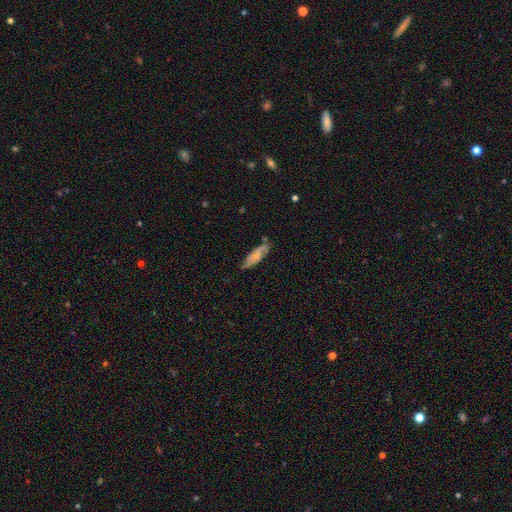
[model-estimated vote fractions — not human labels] Smooth or featured?
  - smooth: 51% *
  - featured or disk: 42%
  - star or artifact: 7%
How rounded?
  - in between: 49% *
  - cigar-shaped: 48%
  - round: 2%
Merging?
  - none: 68% *
  - minor disturbance: 23%
  - major disturbance: 6%
  - merger: 3%